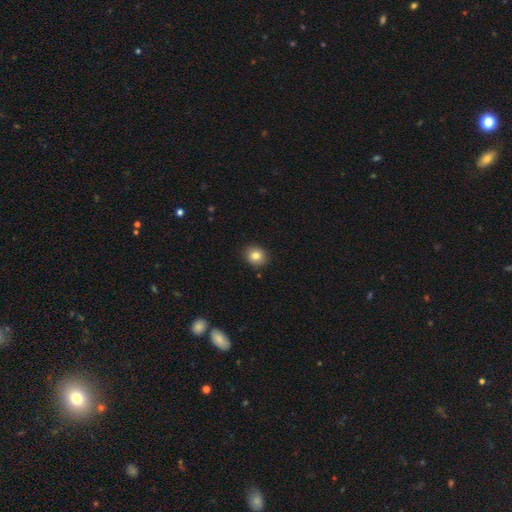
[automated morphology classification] smooth_or_featured: smooth (p=0.82) [alt: star or artifact p=0.10]
how_rounded: round (p=0.75) [alt: in between p=0.25]
merging: none (p=0.89) [alt: minor disturbance p=0.08]